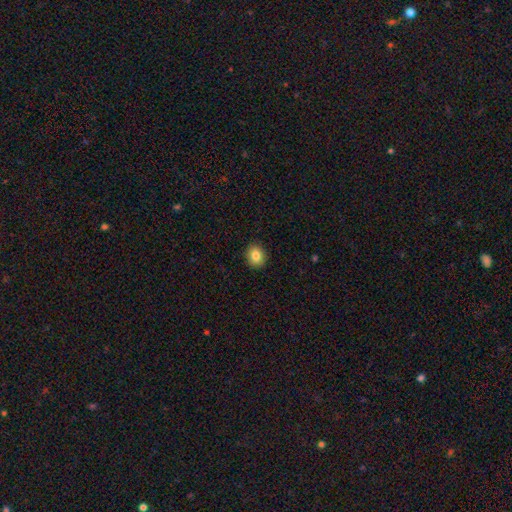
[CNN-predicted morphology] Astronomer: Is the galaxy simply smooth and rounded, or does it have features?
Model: smooth — 84%.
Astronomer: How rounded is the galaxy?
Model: round — 63%.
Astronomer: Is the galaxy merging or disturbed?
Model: none — 91%.